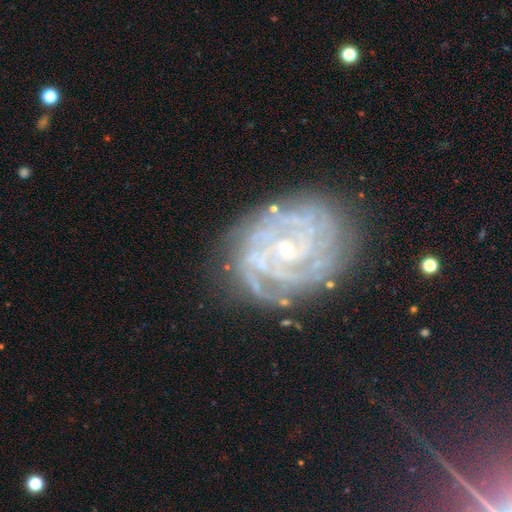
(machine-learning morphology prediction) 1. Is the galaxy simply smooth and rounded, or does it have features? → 89% featured or disk, 6% star or artifact, 5% smooth.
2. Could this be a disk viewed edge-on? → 97% no, 3% yes.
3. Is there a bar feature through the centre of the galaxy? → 70% no, 22% weak, 8% strong.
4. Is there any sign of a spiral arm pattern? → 97% yes, 3% no.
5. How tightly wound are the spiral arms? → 72% tight, 24% medium, 4% loose.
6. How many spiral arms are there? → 22% 3 (tied), 22% 4 (tied), 18% can't tell, 18% 2, 13% more than 4, 7% 1.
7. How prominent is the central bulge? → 83% small, 13% moderate, 2% none, 1% large, 1% dominant.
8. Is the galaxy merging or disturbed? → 77% none, 16% minor disturbance, 6% major disturbance, 2% merger.